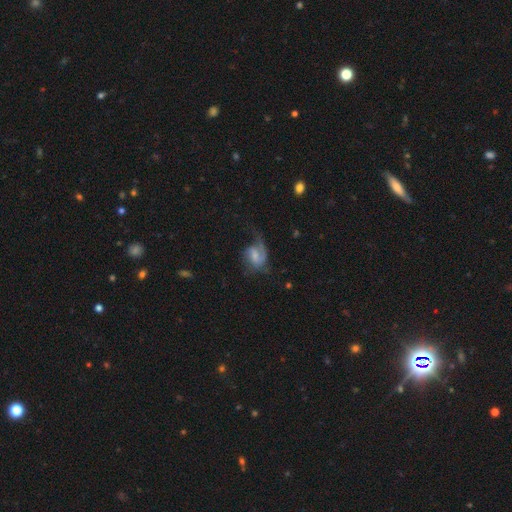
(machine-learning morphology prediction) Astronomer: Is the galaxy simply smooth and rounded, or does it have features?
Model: featured or disk — 67%.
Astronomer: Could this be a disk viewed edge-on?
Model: no — 97%.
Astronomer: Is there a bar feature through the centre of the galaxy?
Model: weak — 49% (runner-up: no, 39%).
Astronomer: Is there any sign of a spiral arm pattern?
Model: yes — 90%.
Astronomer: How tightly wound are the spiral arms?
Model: loose — 44% (runner-up: medium, 39%).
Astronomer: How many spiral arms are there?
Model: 1 — 57% (runner-up: 2, 33%).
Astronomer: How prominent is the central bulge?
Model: small — 41% (runner-up: moderate, 31%).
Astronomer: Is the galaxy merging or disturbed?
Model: major disturbance — 39% (runner-up: none, 37%).